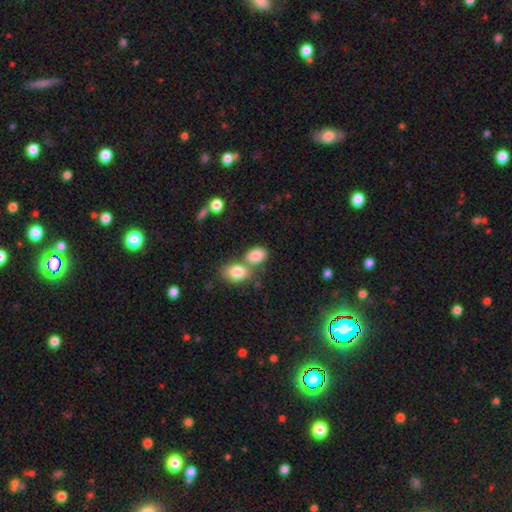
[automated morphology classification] The model was most divided on "merging": merger: 48%, none: 39%, minor disturbance: 10%, major disturbance: 4%. More confident: smooth or featured — smooth (84%); how rounded — in between (82%).